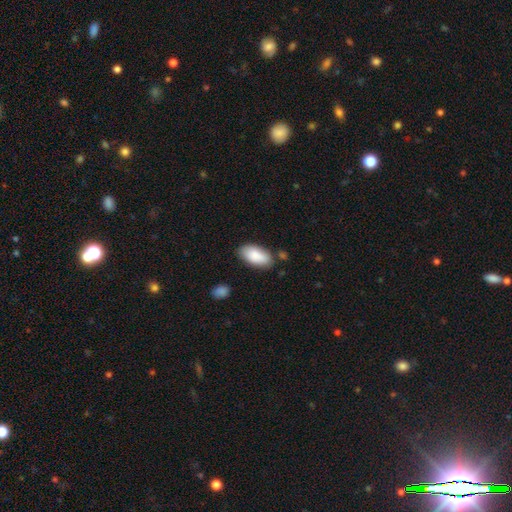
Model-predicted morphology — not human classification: This appears to be a smooth galaxy with no disk features (88%) that is in between round and cigar-shaped (93%). Merging: none (77%).